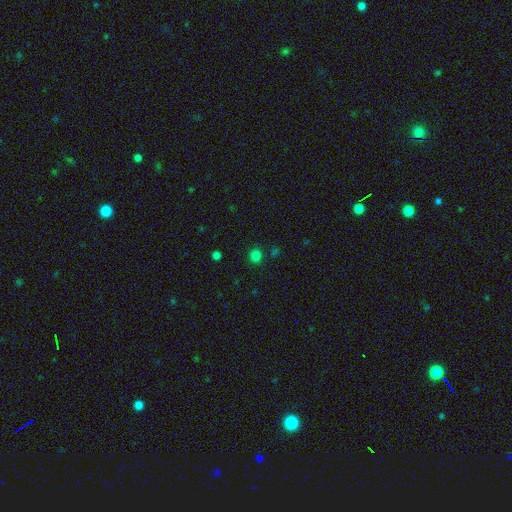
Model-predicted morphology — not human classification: A smooth galaxy with no disk features (78%) that is round (72%). Merging: none (86%).